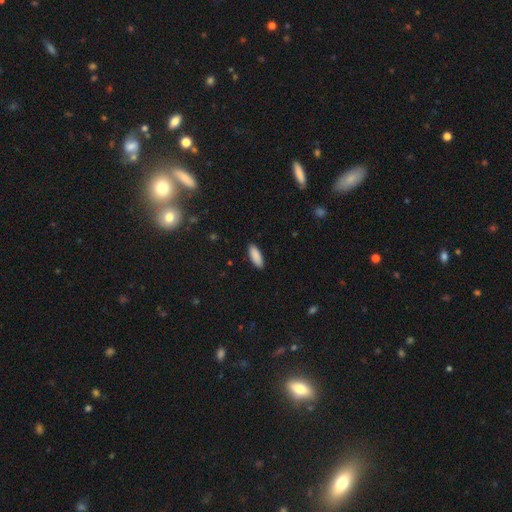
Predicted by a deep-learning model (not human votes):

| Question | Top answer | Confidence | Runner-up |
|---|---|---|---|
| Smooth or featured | smooth | 90% | star or artifact (6%) |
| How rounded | in between | 66% | cigar-shaped (32%) |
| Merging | none | 90% | minor disturbance (8%) |